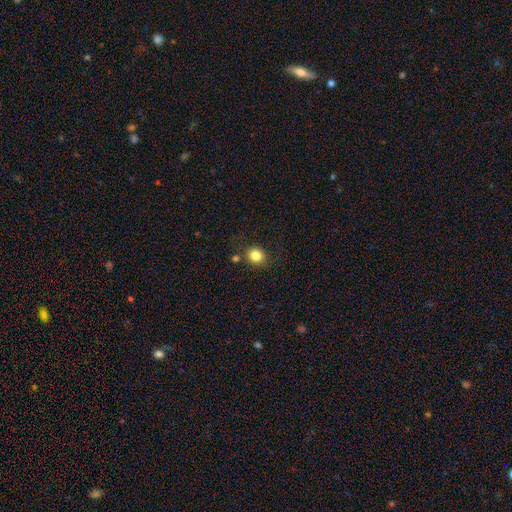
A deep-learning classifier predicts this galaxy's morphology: type=smooth (83%); roundness=round (82%); merging=none (81%).